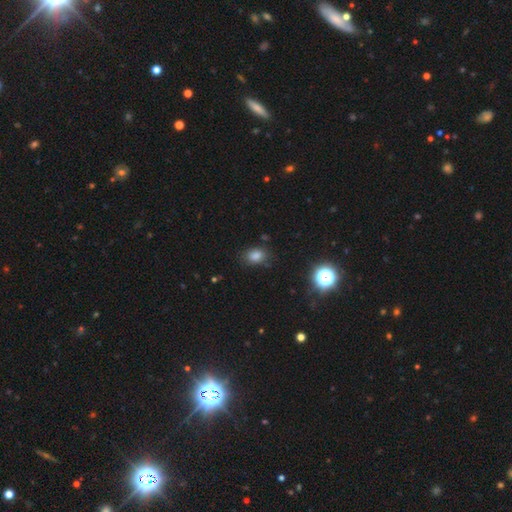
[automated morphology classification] This appears to be a smooth galaxy with no disk features (79%) that is in between round and cigar-shaped (71%). Merging: none (76%).